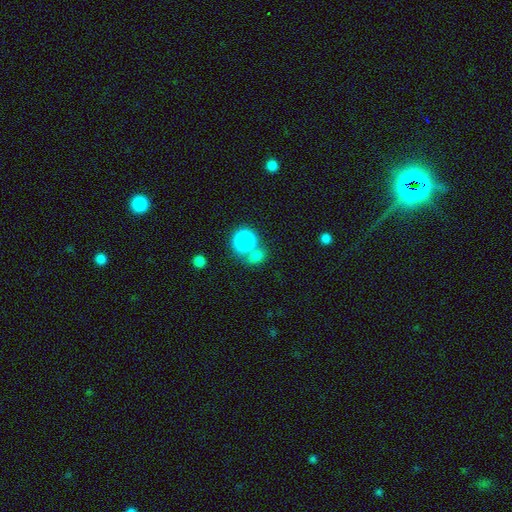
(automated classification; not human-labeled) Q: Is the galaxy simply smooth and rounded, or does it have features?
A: smooth — 73%.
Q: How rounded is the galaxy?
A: round — 67%.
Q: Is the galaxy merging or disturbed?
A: none — 55%.